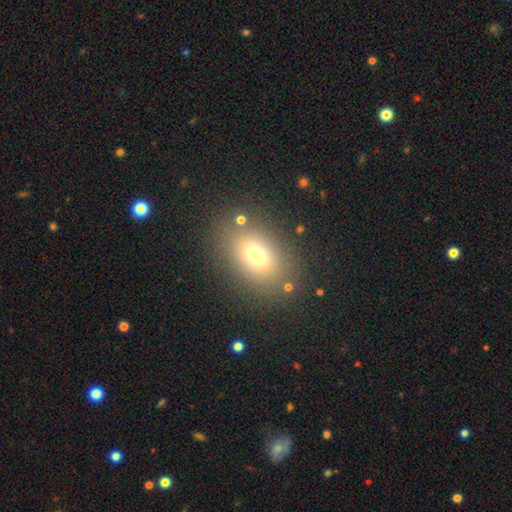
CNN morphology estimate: The model was most divided on "how rounded": in between: 68%, round: 30%, cigar-shaped: 2%. More confident: merging — none (81%); smooth or featured — smooth (71%).